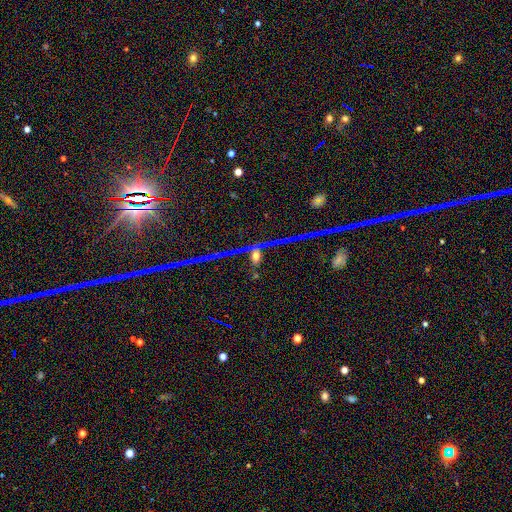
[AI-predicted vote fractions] This is marginally a star or artifact rather than a galaxy (40%).